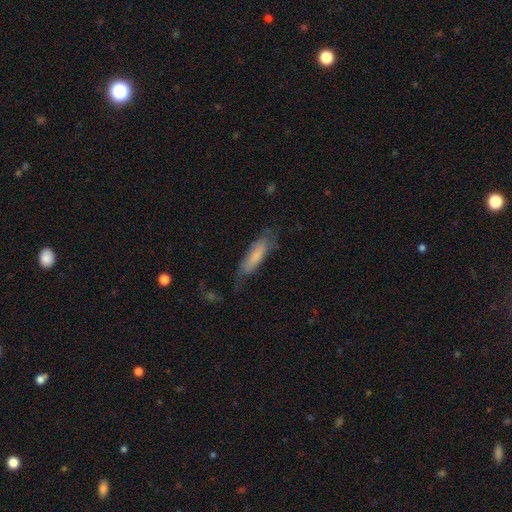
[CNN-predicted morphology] smooth 65%, featured or disk 28%, star or artifact 7%. Down the decision tree: how rounded — cigar-shaped (64%); merging — none (59%).